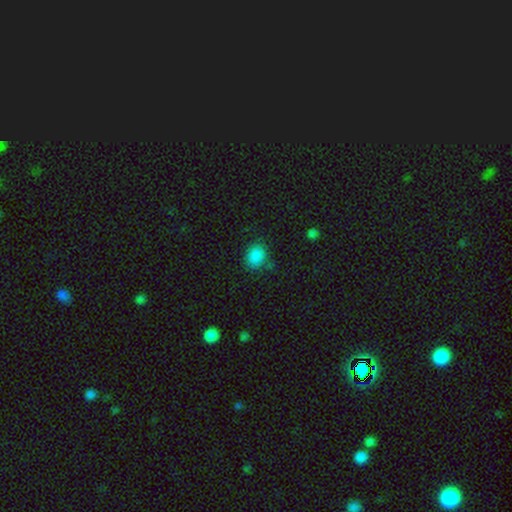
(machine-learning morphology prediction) A smooth galaxy with no disk features (86%) that is in between round and cigar-shaped (52%). Merging: none (79%).